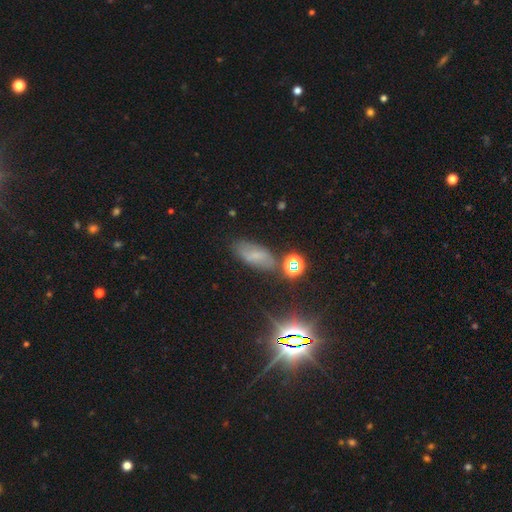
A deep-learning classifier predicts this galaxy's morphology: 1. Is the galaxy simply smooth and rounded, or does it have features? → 49% smooth, 26% featured or disk, 24% star or artifact.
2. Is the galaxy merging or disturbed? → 71% none, 18% minor disturbance, 6% major disturbance, 5% merger.